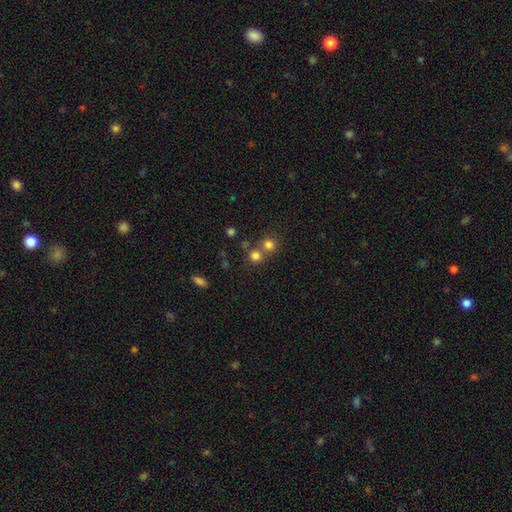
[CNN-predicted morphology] type=smooth (77%); roundness=round (88%); merging=none (55%).